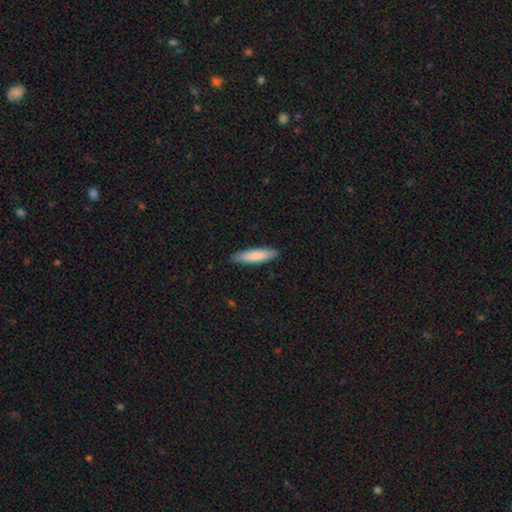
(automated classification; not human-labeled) A smooth galaxy with no disk features (79%) that is cigar-shaped (73%). Merging: none (87%).